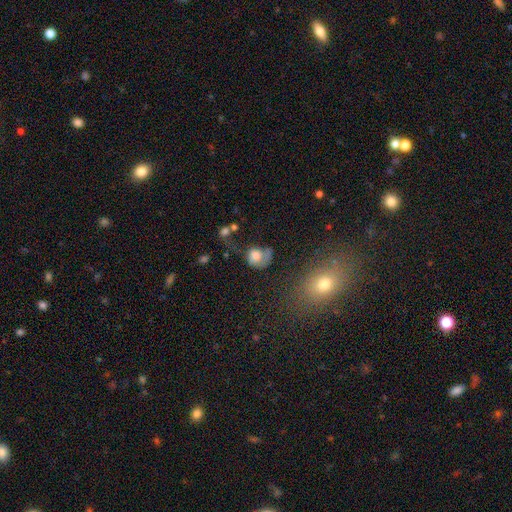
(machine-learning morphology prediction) This appears to be a smooth galaxy with no disk features (68%) that is round (67%). Merging: major disturbance (39%).